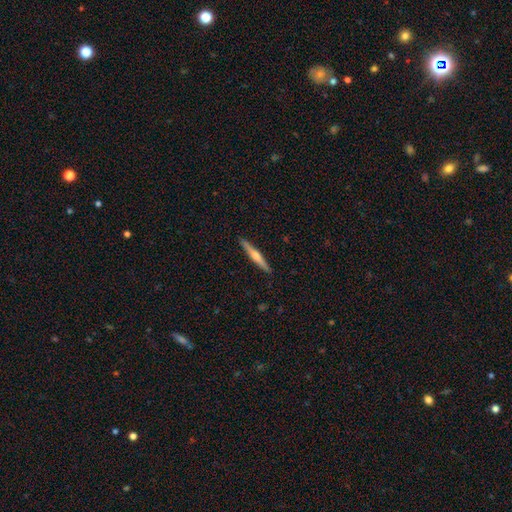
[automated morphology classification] A featured or disk galaxy (61%) viewed edge-on (98%) with a rounded central bulge (81%). Merging: none (91%).